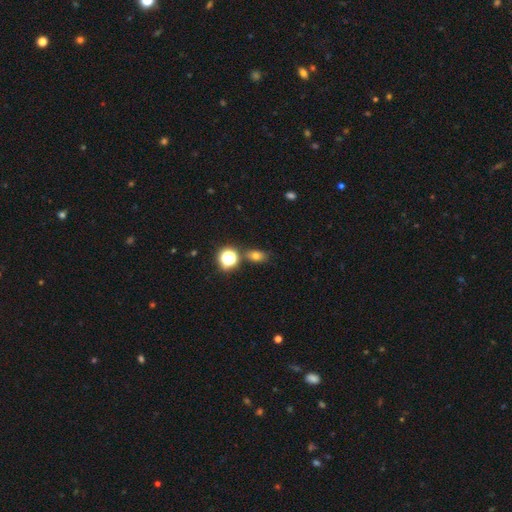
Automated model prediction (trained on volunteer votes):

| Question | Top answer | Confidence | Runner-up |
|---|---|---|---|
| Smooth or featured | smooth | 67% | star or artifact (23%) |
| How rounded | in between | 68% | round (29%) |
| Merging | none | 74% | minor disturbance (13%) |